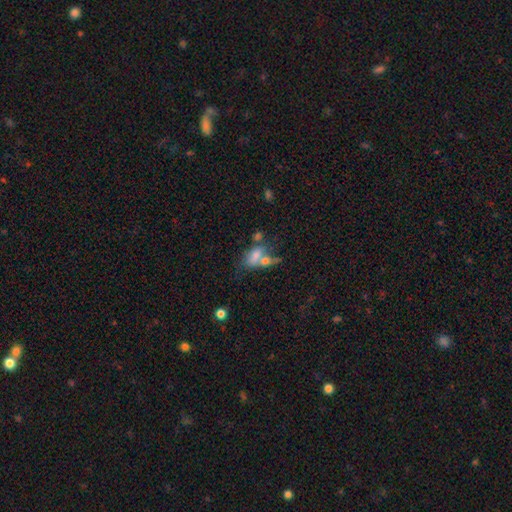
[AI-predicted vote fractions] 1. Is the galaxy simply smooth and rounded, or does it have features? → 64% smooth, 24% featured or disk, 12% star or artifact.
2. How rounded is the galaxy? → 80% in between, 10% cigar-shaped, 10% round.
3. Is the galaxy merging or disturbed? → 53% merger, 25% none, 12% minor disturbance, 11% major disturbance.